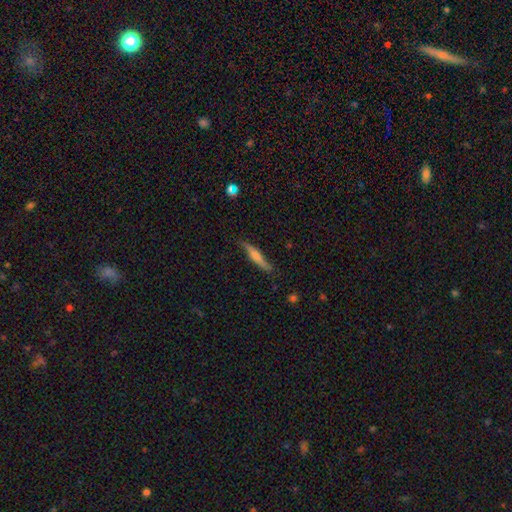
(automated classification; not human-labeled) Smooth or featured: smooth — 49% (featured or disk — 44%)
Merging: none — 80% (minor disturbance — 15%)